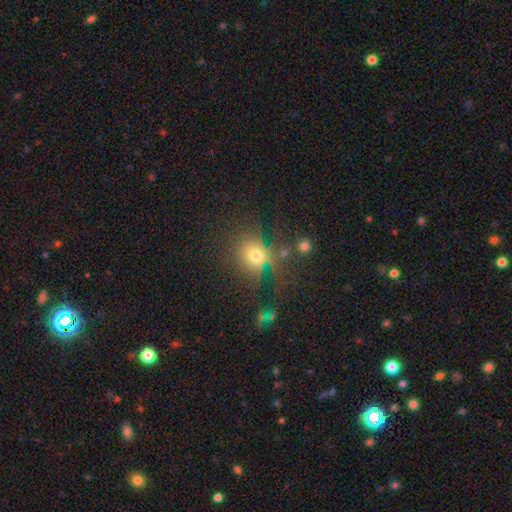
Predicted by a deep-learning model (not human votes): Morphology: type=smooth (67%); roundness=round (71%); merging=none (63%).